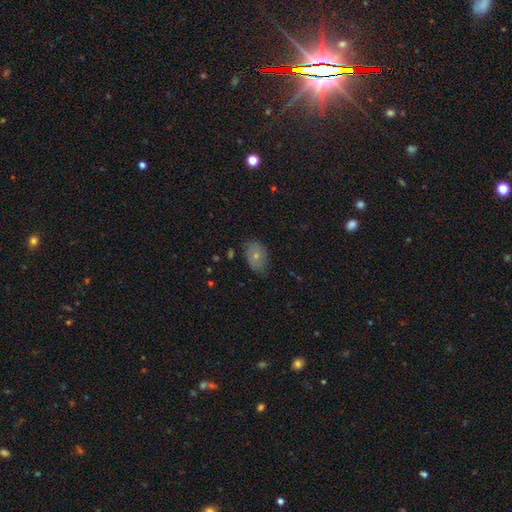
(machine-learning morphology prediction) Smooth or featured?
  - smooth: 70% *
  - featured or disk: 21%
  - star or artifact: 9%
How rounded?
  - in between: 84% *
  - round: 15%
  - cigar-shaped: 1%
Merging?
  - none: 68% *
  - minor disturbance: 25%
  - major disturbance: 5%
  - merger: 2%